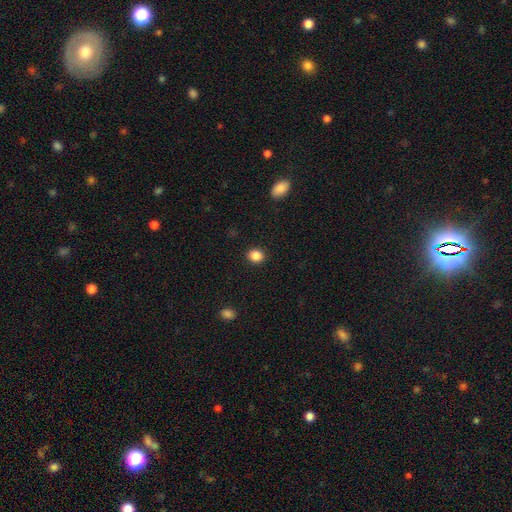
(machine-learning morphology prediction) smooth 86%, star or artifact 10%, featured or disk 3%. Down the decision tree: how rounded — round (72%); merging — none (91%).